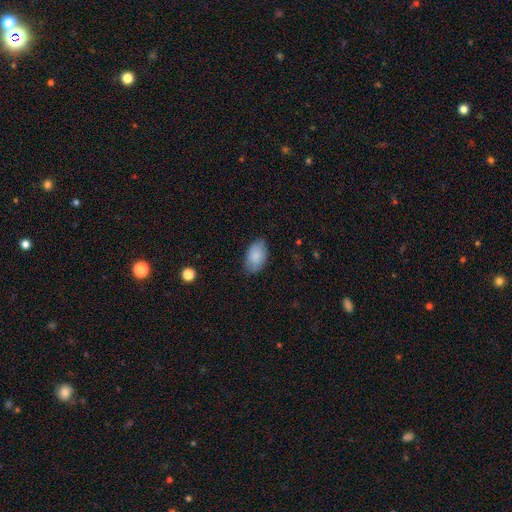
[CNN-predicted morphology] Smooth or featured?
  - smooth: 86% *
  - featured or disk: 7%
  - star or artifact: 7%
How rounded?
  - in between: 92% *
  - round: 7%
  - cigar-shaped: 1%
Merging?
  - none: 78% *
  - minor disturbance: 17%
  - major disturbance: 4%
  - merger: 1%